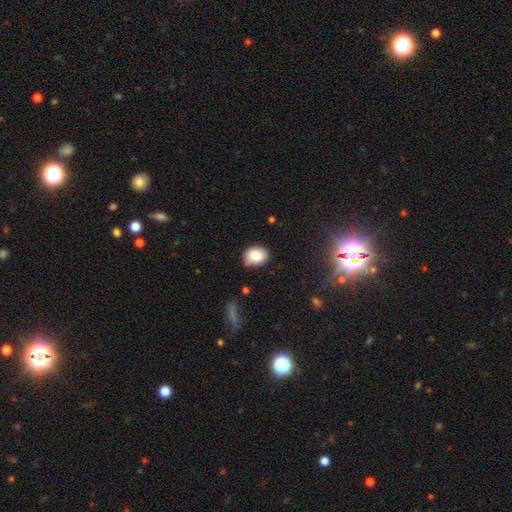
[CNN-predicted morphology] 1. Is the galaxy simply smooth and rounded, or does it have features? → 84% smooth, 9% star or artifact, 8% featured or disk.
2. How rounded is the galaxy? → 65% in between, 33% round, 1% cigar-shaped.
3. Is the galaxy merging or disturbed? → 72% none, 22% minor disturbance, 3% major disturbance, 3% merger.